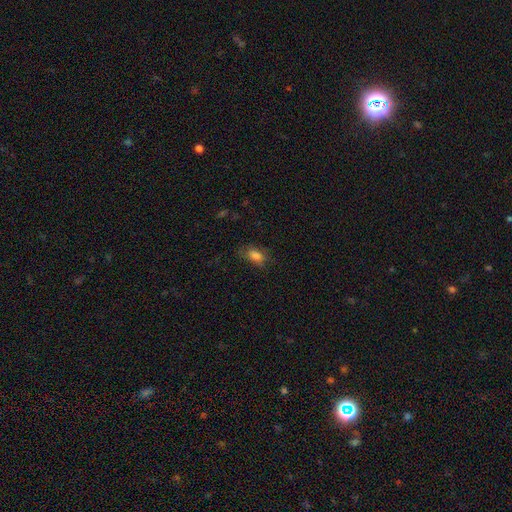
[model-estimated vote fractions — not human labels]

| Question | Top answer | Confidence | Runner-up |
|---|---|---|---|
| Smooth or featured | smooth | 81% | star or artifact (10%) |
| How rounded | in between | 87% | round (8%) |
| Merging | none | 67% | minor disturbance (22%) |